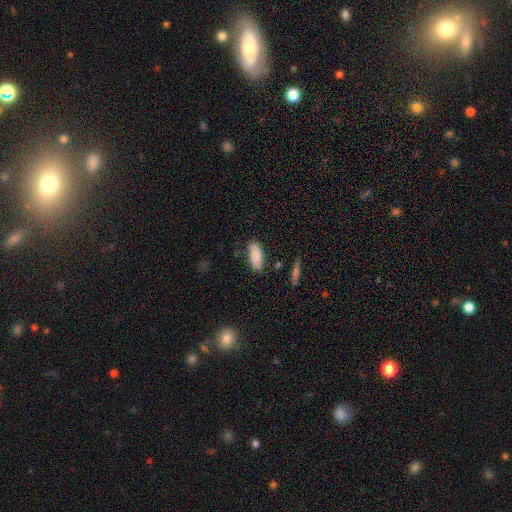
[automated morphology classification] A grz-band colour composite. It shows a smooth galaxy with no disk features (87%) that is in between round and cigar-shaped (83%). Merging: none (81%).